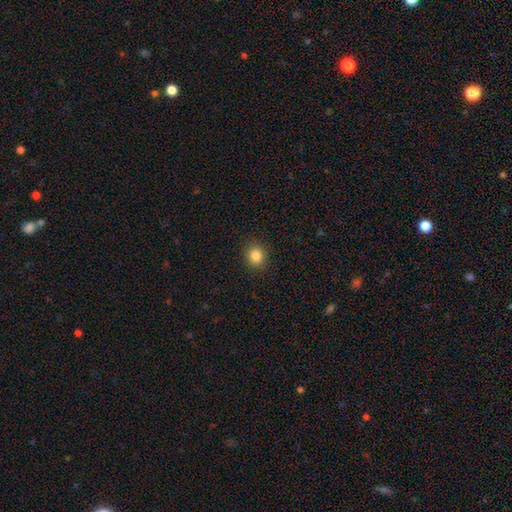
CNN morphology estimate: A smooth galaxy with no disk features (84%) that is round (75%).

Vote fractions:
- Smooth or featured? smooth: 84% / star or artifact: 11% / featured or disk: 5%
- How rounded? round: 75% / in between: 24% / cigar-shaped: 1%
- Merging? none: 90% / minor disturbance: 7% / major disturbance: 2% / merger: 1%